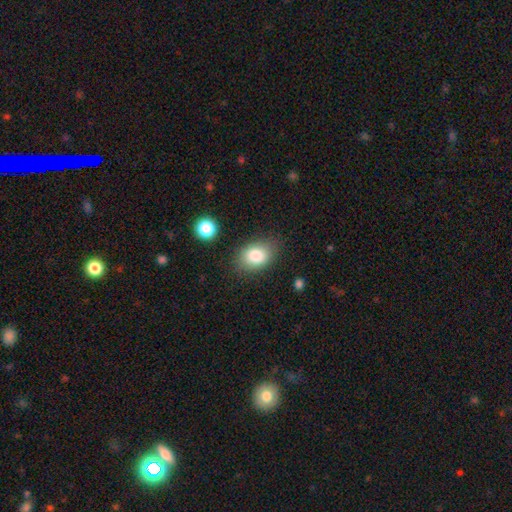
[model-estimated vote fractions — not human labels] A smooth galaxy with no disk features (83%) that is in between round and cigar-shaped (77%). Merging: none (80%).